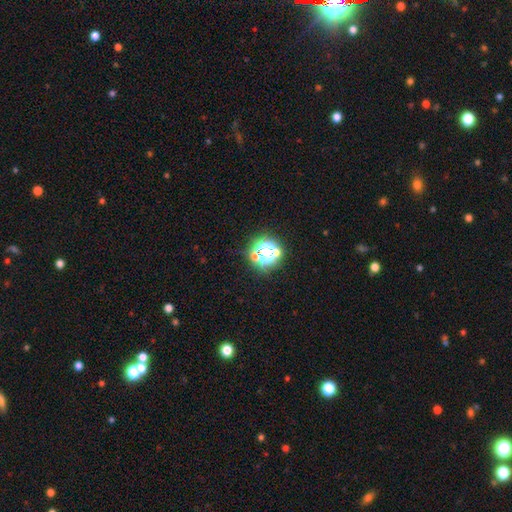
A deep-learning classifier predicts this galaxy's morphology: Smooth or featured? Predicted: star or artifact (p=0.55).